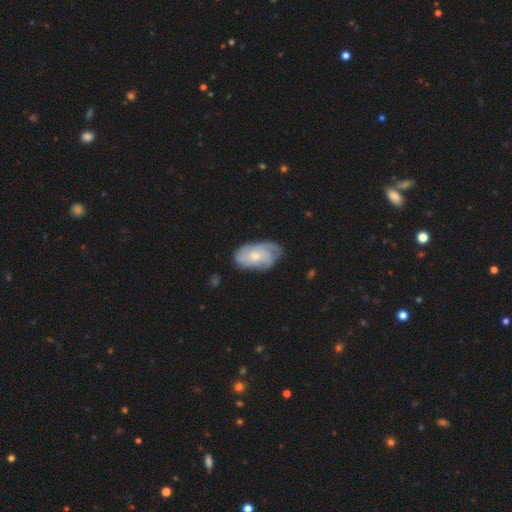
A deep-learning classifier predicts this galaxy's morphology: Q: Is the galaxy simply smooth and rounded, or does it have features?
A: featured or disk — 69%.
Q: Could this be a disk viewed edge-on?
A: no — 96%.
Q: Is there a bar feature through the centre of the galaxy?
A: no — 73%.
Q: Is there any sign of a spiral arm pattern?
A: yes — 92%.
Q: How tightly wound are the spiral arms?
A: tight — 52%.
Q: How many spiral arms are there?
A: can't tell — 33%.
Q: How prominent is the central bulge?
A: moderate — 48%.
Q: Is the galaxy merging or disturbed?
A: none — 66%.